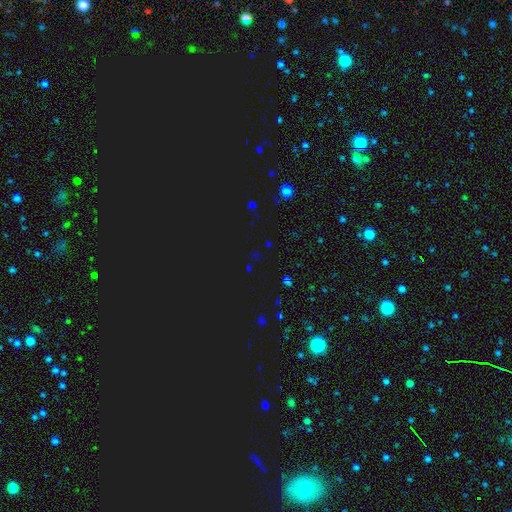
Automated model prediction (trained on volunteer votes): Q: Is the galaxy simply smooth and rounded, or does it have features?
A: star or artifact — 69%.